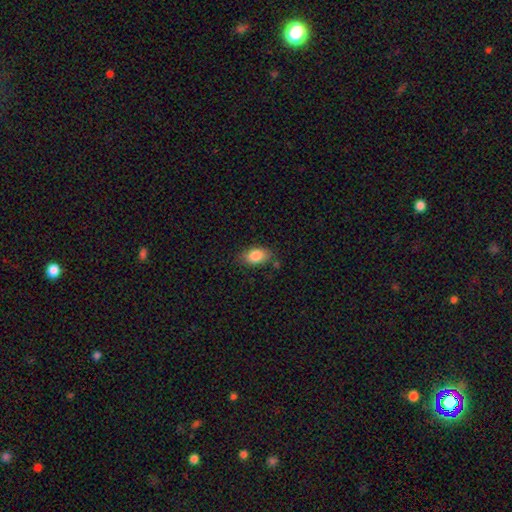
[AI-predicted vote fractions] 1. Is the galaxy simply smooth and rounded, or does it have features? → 85% smooth, 7% featured or disk, 7% star or artifact.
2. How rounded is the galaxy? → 90% in between, 8% round, 2% cigar-shaped.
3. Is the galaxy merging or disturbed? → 76% none, 17% minor disturbance, 4% major disturbance, 3% merger.